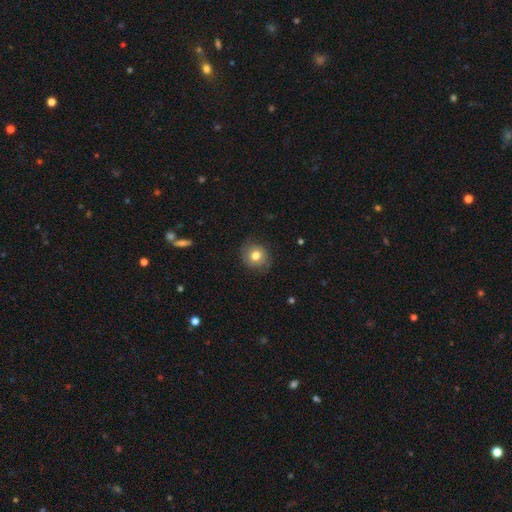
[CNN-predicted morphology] Smooth or featured? Predicted: smooth (p=0.77). How rounded? Predicted: round (p=0.84). Merging? Predicted: none (p=0.79).